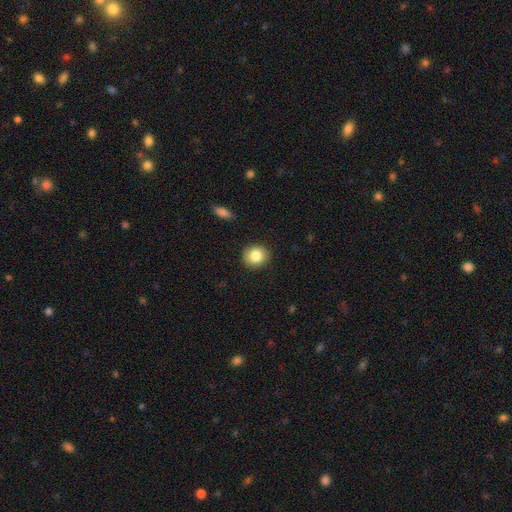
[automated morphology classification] Smooth or featured? Predicted: smooth (p=0.84). How rounded? Predicted: round (p=0.77). Merging? Predicted: none (p=0.90).